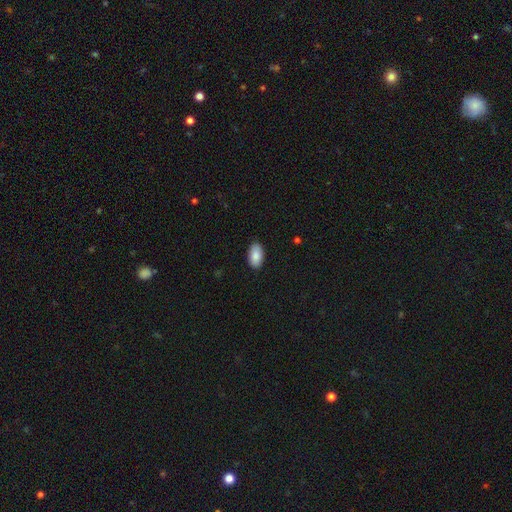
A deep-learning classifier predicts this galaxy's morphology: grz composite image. It shows a smooth galaxy with no disk features (88%) that is in between round and cigar-shaped (95%). Merging: none (89%).